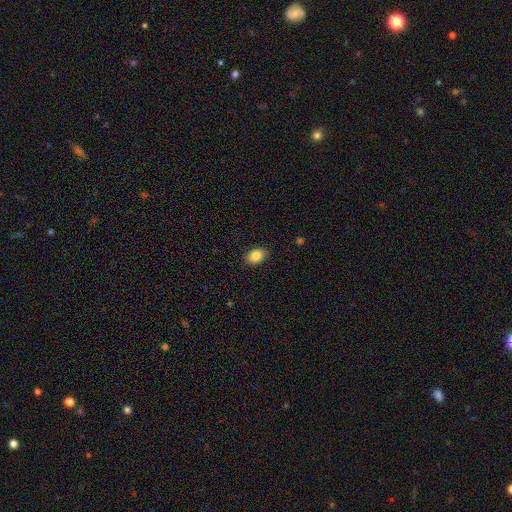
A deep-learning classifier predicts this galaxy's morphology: Q: Smooth or featured?
A: smooth (87%); runner-up: star or artifact (8%)
Q: How rounded?
A: in between (83%); runner-up: round (16%)
Q: Merging?
A: none (88%); runner-up: minor disturbance (9%)